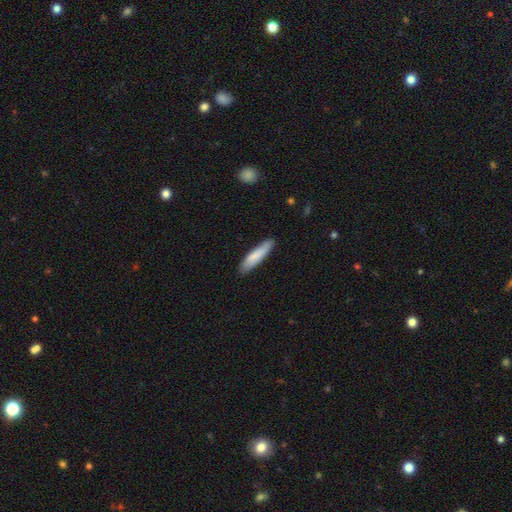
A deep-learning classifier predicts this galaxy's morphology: This appears to be a smooth galaxy with no disk features (82%) that is cigar-shaped (81%). Merging: none (86%).